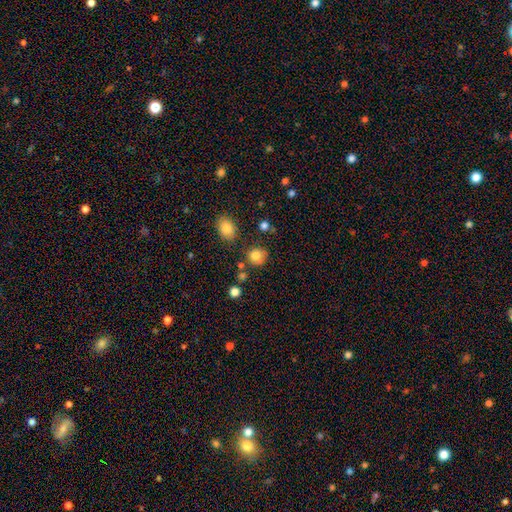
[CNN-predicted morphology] A smooth galaxy with no disk features (81%) that is round (79%). Merging: none (70%).